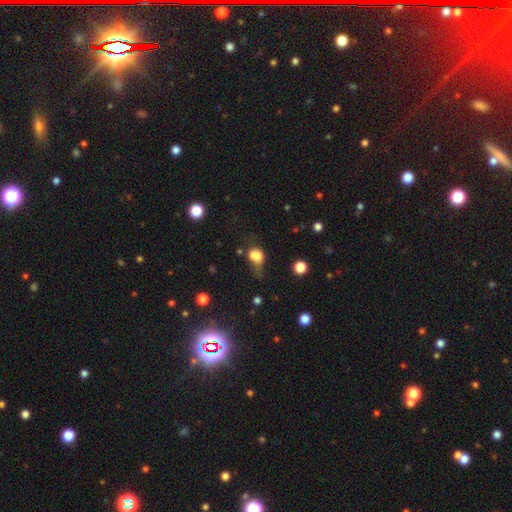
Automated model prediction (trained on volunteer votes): Q: Smooth or featured?
A: smooth (72%); runner-up: featured or disk (14%)
Q: How rounded?
A: round (49%); runner-up: in between (48%)
Q: Merging?
A: minor disturbance (28%); runner-up: none (26%)